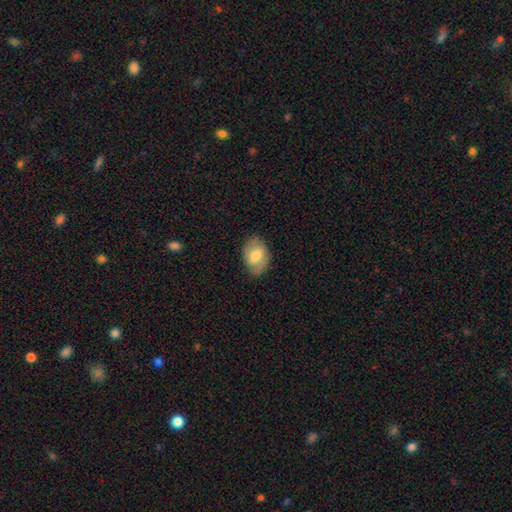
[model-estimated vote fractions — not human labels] This is possibly a smooth galaxy (56%). How rounded: clearly in between (80%). Merging: likely none (78%).